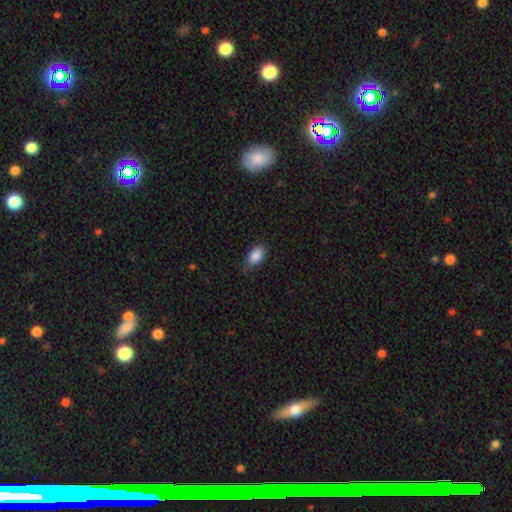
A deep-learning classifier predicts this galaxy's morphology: smooth_or_featured: smooth (p=0.87) [alt: star or artifact p=0.08]
how_rounded: in between (p=0.89) [alt: round p=0.08]
merging: none (p=0.69) [alt: minor disturbance p=0.25]